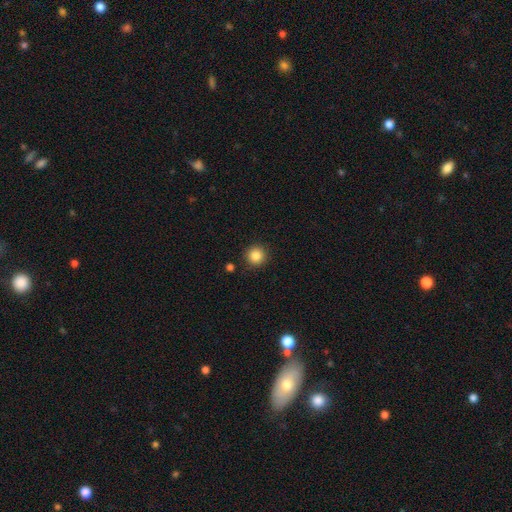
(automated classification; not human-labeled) Morphology: type=smooth (85%); roundness=round (94%); merging=none (90%).